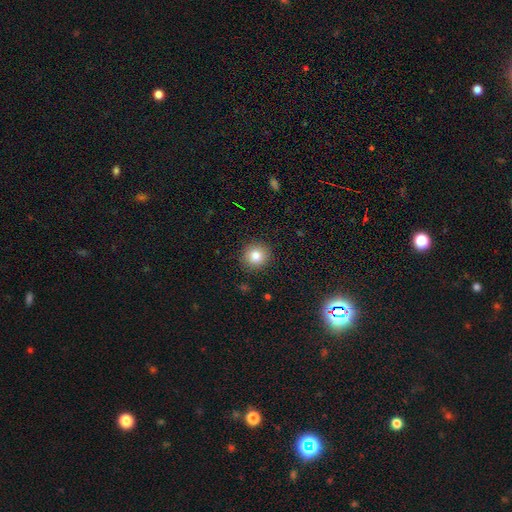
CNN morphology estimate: Overall: smooth (82%). How rounded: round (91%). Merging: none (90%).